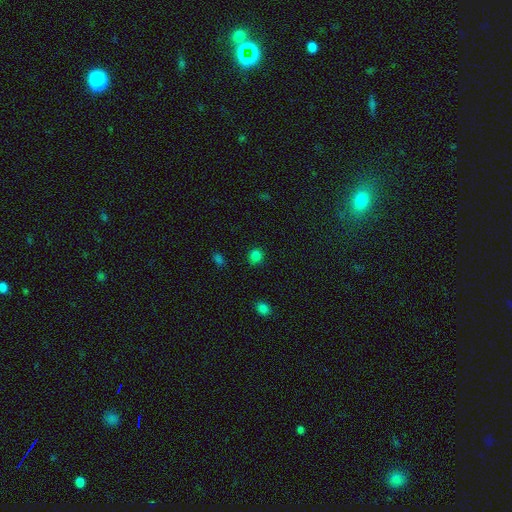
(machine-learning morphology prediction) smooth_or_featured: smooth (p=0.81) [alt: star or artifact p=0.15]
how_rounded: round (p=0.88) [alt: in between p=0.11]
merging: none (p=0.86) [alt: minor disturbance p=0.10]